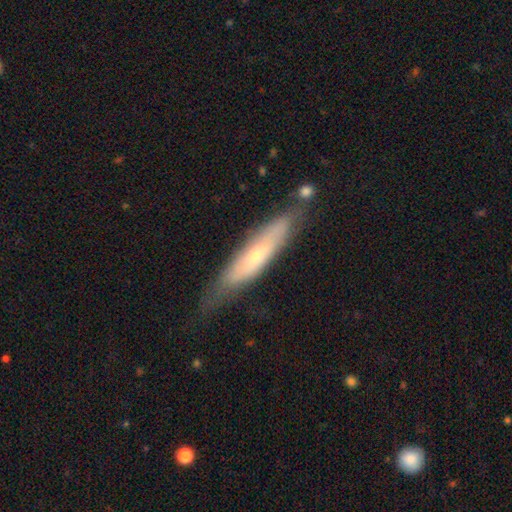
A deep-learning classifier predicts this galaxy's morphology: A featured or disk galaxy (51%) viewed edge-on (60%).

Vote fractions:
- Smooth or featured? featured or disk: 51% / smooth: 42% / star or artifact: 7%
- Edge-on disk? yes: 60% / no: 40%
- Merging? none: 63% / minor disturbance: 25% / major disturbance: 8% / merger: 4%